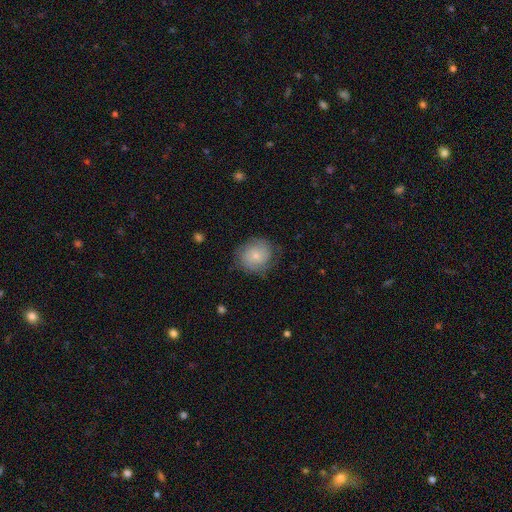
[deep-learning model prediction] A smooth galaxy with no disk features (54%) that is round (81%). Merging: none (72%).